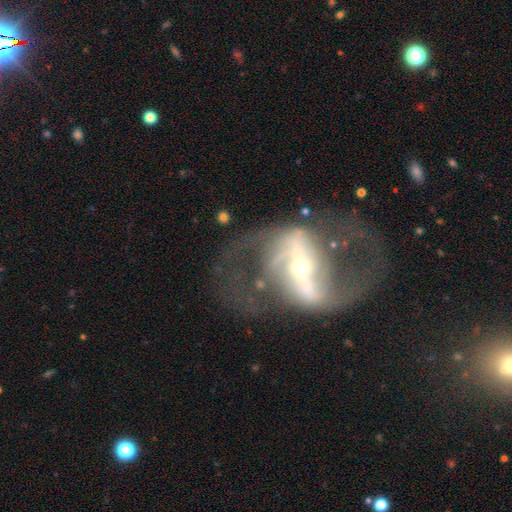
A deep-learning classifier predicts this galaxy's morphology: This is clearly a featured or disk galaxy (87%). It is clearly not viewed edge-on (94%). Bar: likely strong (63%). Spiral arm pattern: clearly yes (89%). Spiral arm count: clearly 2 (90%). Spiral winding: possibly loose (47%). Central bulge: possibly small (58%). Merging: possibly none (60%).